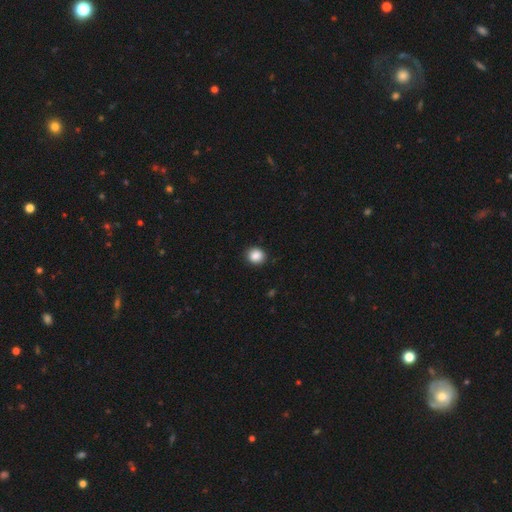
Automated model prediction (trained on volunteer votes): The model was most divided on "how rounded": round: 83%, in between: 16%, cigar-shaped: 1%. More confident: merging — none (89%); smooth or featured — smooth (87%).